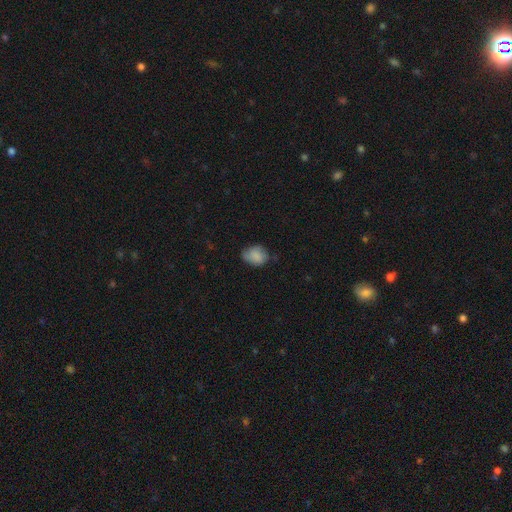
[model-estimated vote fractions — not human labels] smooth-or-featured: smooth: 81% | featured or disk: 11% | star or artifact: 8%
  how-rounded: in between: 61% | round: 38% | cigar-shaped: 1%
  merging: none: 58% | minor disturbance: 32% | major disturbance: 8% | merger: 2%